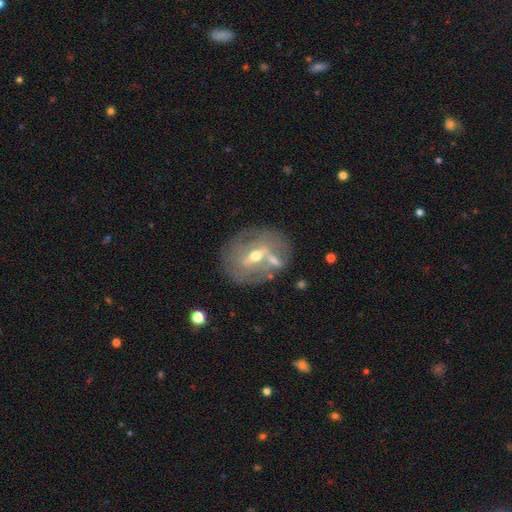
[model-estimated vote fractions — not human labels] The model was most divided on "spiral arms" (2-way tie): yes: 50%, no: 50%. Remaining: edge-on disk — no (93%); smooth or featured — featured or disk (67%); merging — none (64%); bulge size — moderate (55%); bar — weak (42%).